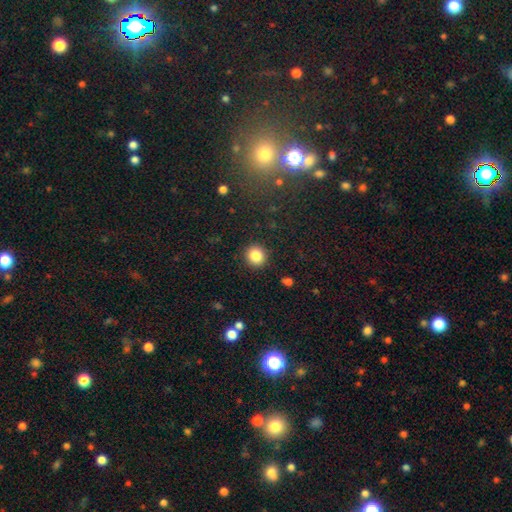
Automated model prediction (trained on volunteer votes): Smooth or featured? Predicted: smooth (p=0.84). How rounded? Predicted: round (p=0.89). Merging? Predicted: none (p=0.91).